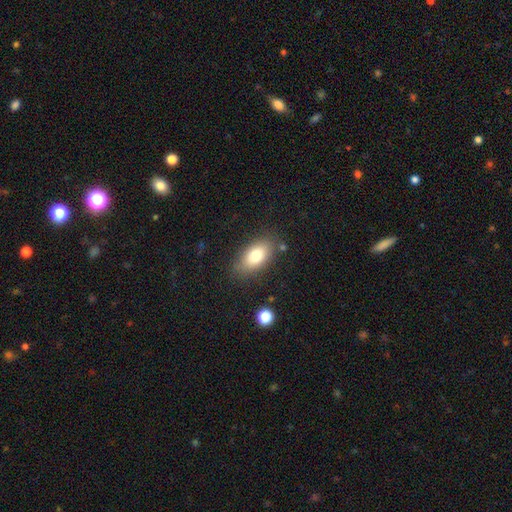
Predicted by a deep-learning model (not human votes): This is likely a smooth galaxy (78%). How rounded: clearly in between (90%). Merging: clearly none (80%).